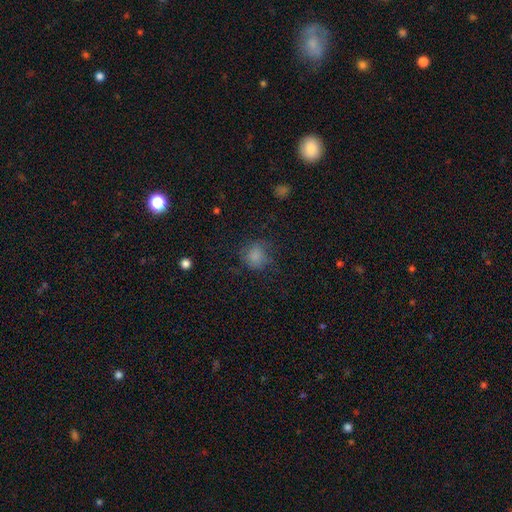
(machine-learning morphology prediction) Smooth or featured?
  - smooth: 78% *
  - star or artifact: 13%
  - featured or disk: 9%
How rounded?
  - round: 76% *
  - in between: 23%
  - cigar-shaped: 1%
Merging?
  - none: 64% *
  - minor disturbance: 21%
  - major disturbance: 14%
  - merger: 2%